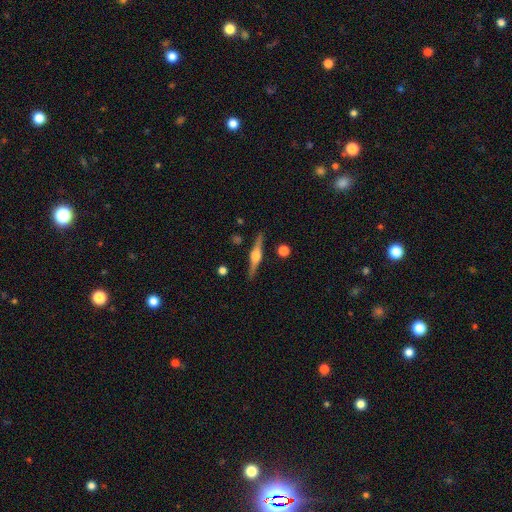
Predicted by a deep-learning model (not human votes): Smooth or featured?
  - featured or disk: 79% *
  - smooth: 15%
  - star or artifact: 6%
Edge-on disk?
  - yes: 98% *
  - no: 2%
Edge-on bulge?
  - rounded: 94% *
  - boxy: 5%
  - none: 2%
Merging?
  - none: 90% *
  - minor disturbance: 7%
  - merger: 2%
  - major disturbance: 2%